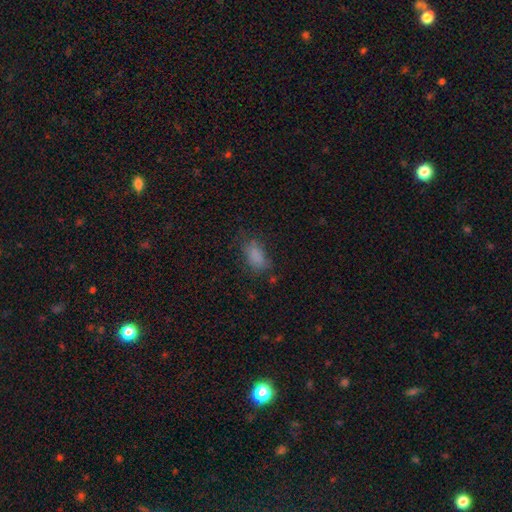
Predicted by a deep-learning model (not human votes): A smooth galaxy with no disk features (78%) that is in between round and cigar-shaped (89%).

Vote fractions:
- Smooth or featured? smooth: 78% / star or artifact: 13% / featured or disk: 9%
- How rounded? in between: 89% / round: 6% / cigar-shaped: 5%
- Merging? none: 56% / minor disturbance: 25% / major disturbance: 15% / merger: 3%